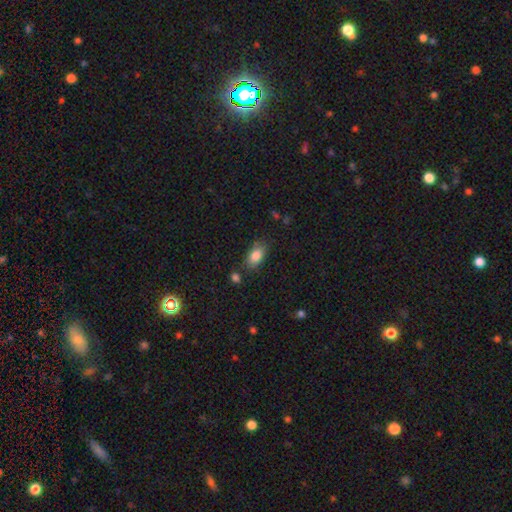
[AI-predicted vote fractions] smooth 84%, featured or disk 9%, star or artifact 8%. Down the decision tree: how rounded — in between (89%); merging — none (75%).